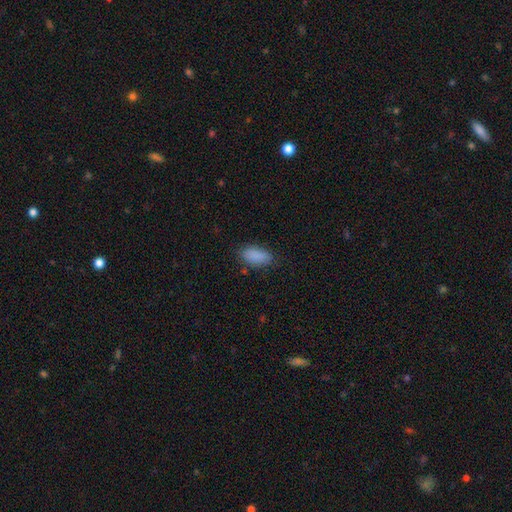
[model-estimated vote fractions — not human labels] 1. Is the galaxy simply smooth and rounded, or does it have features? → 88% smooth, 8% star or artifact, 5% featured or disk.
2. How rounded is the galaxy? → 90% in between, 7% cigar-shaped, 3% round.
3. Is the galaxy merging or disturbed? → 77% none, 17% minor disturbance, 4% major disturbance, 2% merger.